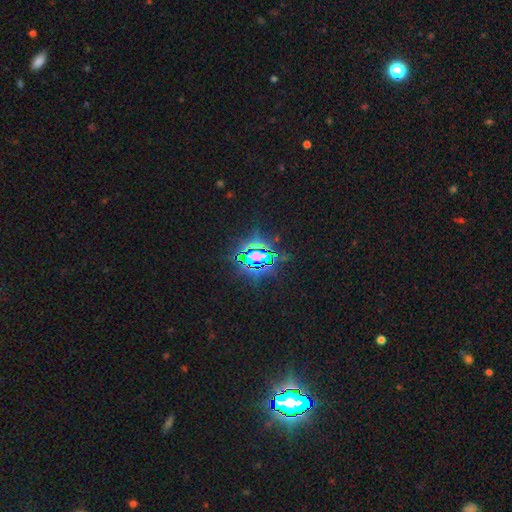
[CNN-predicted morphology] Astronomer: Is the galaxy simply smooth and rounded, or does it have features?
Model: star or artifact — 79%.